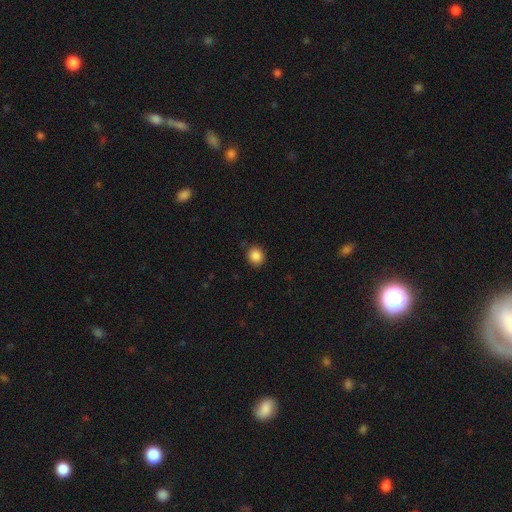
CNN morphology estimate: A smooth galaxy with no disk features (87%) that is round (85%). Merging: none (87%).